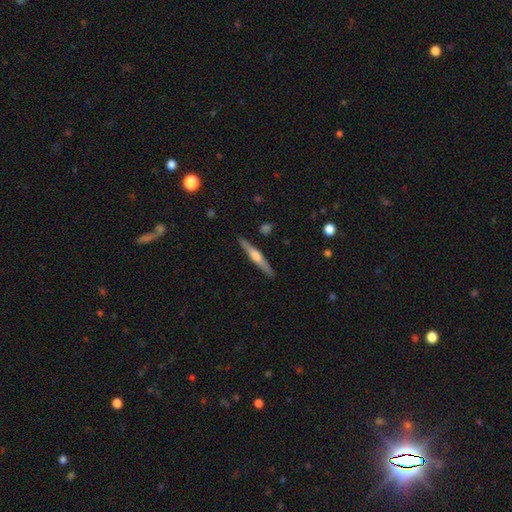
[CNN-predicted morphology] type=featured or disk (65%); edge-on=yes (98%); edge-on bulge=rounded (83%); merging=none (90%).